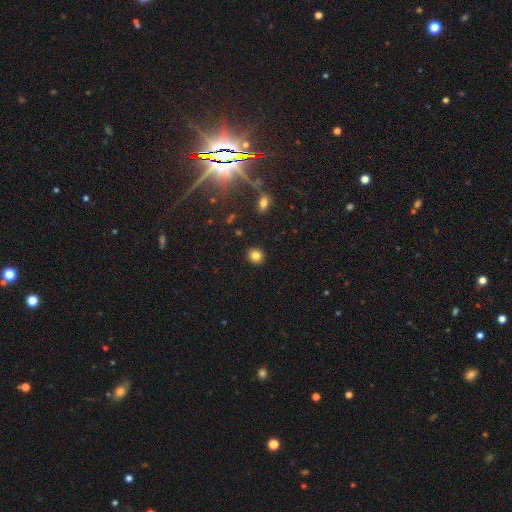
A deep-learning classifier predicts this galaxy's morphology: The model was most divided on "how rounded": round: 84%, in between: 16%, cigar-shaped: 1%. More confident: merging — none (91%); smooth or featured — smooth (82%).